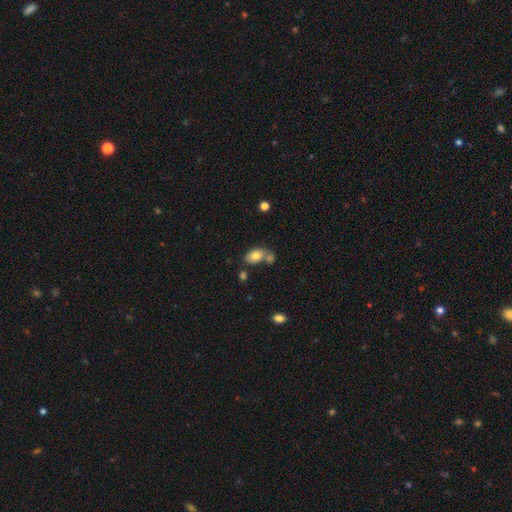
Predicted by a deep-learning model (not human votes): A smooth galaxy with no disk features (78%) that is in between round and cigar-shaped (85%).

Vote fractions:
- Smooth or featured? smooth: 78% / featured or disk: 14% / star or artifact: 9%
- How rounded? in between: 85% / round: 13% / cigar-shaped: 1%
- Merging? none: 45% / merger: 36% / minor disturbance: 14% / major disturbance: 5%